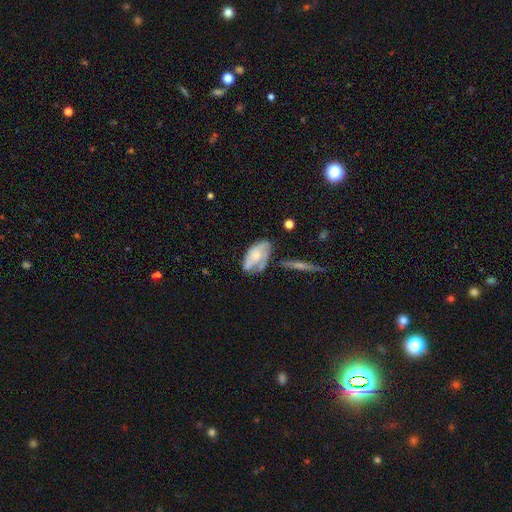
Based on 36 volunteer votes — This is possibly a smooth galaxy (47%, tied with featured or disk). How rounded: clearly in between (94%). Merging: marginally none (41%).